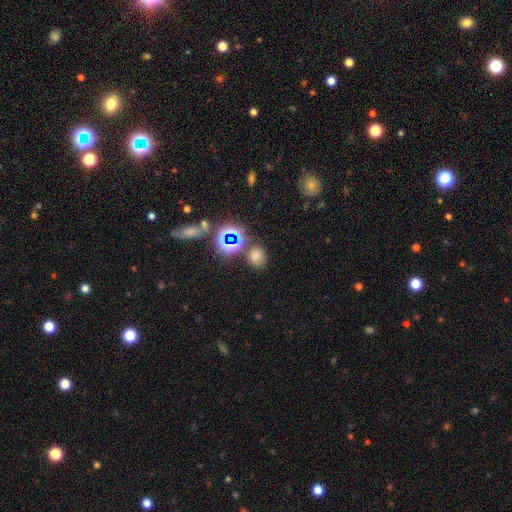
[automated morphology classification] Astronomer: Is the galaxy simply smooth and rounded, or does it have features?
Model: smooth — 58%.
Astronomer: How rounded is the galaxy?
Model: round — 60% (runner-up: in between, 38%).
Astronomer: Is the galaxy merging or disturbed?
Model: none — 65%.